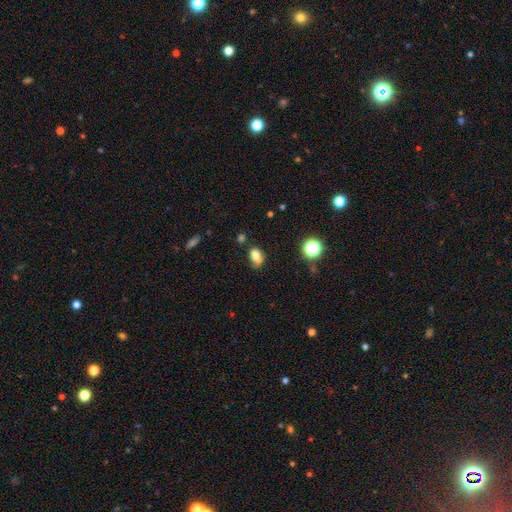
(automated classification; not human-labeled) Morphology: type=smooth (77%); roundness=in between (79%); merging=none (55%).